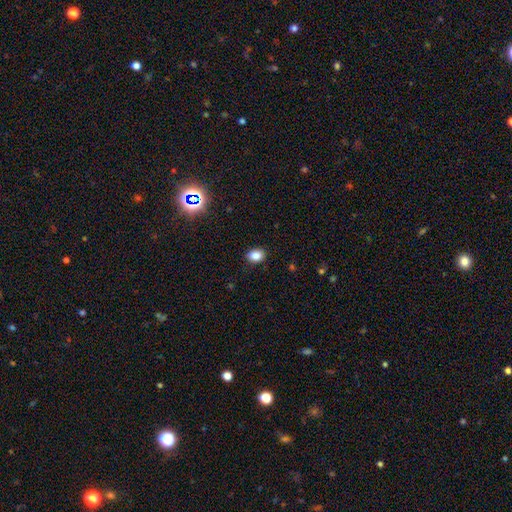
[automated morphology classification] This is clearly a smooth galaxy (85%). How rounded: likely in between (70%). Merging: clearly none (87%).